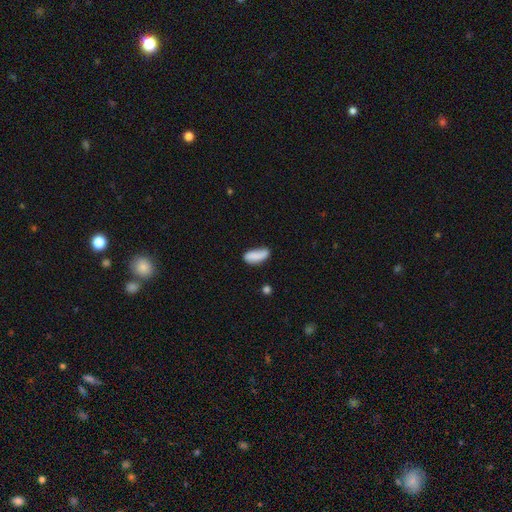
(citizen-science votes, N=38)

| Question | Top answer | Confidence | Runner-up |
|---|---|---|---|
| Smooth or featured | smooth | 84% | featured or disk (11%) |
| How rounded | in between | 81% | cigar-shaped (16%) |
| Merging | none | 67% | minor disturbance (22%) |